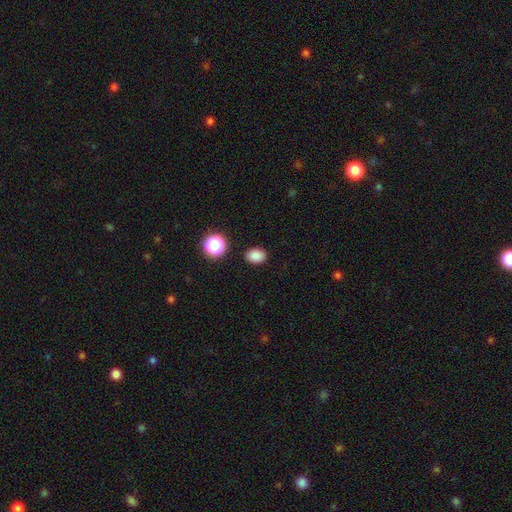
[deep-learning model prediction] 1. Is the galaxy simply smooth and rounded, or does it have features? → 85% smooth, 11% star or artifact, 4% featured or disk.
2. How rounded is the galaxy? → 66% in between, 33% round, 1% cigar-shaped.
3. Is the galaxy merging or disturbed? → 88% none, 8% minor disturbance, 2% major disturbance, 2% merger.